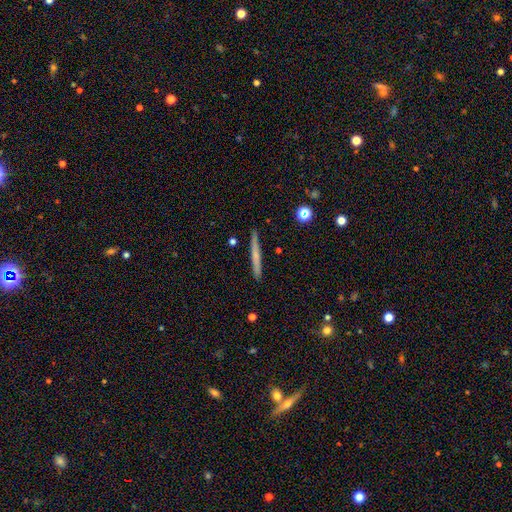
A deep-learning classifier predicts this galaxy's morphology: Smooth or featured? smooth (55%)
How rounded? cigar-shaped (96%)
Merging? none (91%)